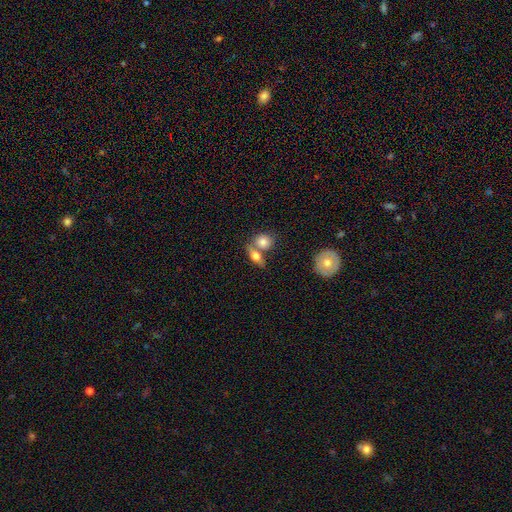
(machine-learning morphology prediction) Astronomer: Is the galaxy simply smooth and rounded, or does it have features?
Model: smooth — 64%.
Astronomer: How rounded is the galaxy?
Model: in between — 57%.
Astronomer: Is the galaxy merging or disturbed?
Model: none — 47% (runner-up: merger, 40%).